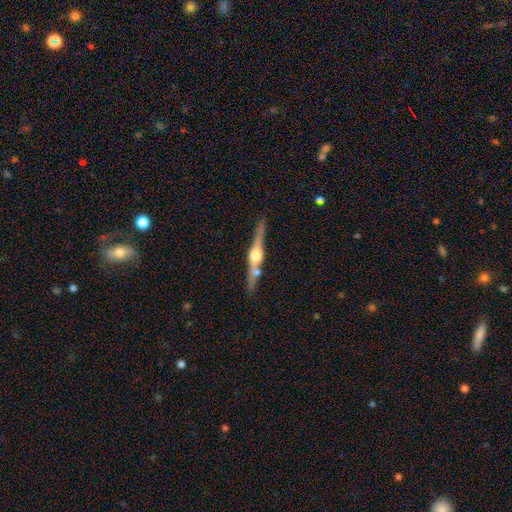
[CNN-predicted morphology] smooth_or_featured: featured or disk (p=0.79) [alt: smooth p=0.15]
disk_edge_on: yes (p=0.97) [alt: no p=0.03]
edge_on_bulge: rounded (p=0.92) [alt: boxy p=0.05]
merging: none (p=0.76) [alt: merger p=0.12]